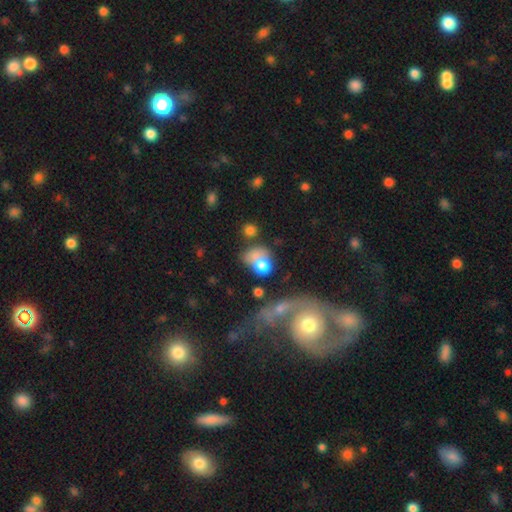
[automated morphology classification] This appears to be a smooth galaxy with no disk features (66%) that is in between round and cigar-shaped (49%, tied with round). Merging: merger (36%).